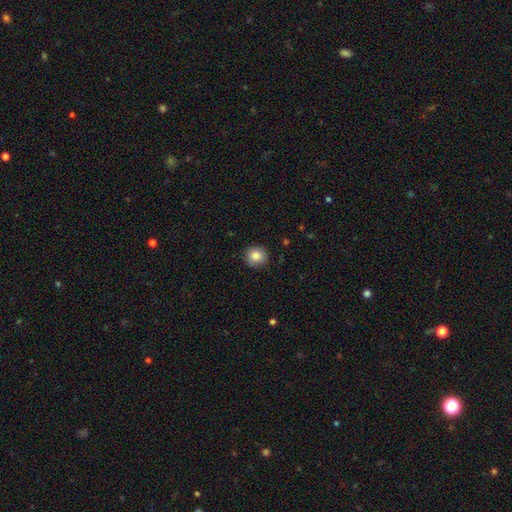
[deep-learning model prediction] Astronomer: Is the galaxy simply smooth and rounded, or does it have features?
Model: smooth — 86%.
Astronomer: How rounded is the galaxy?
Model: round — 90%.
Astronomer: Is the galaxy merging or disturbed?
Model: none — 89%.